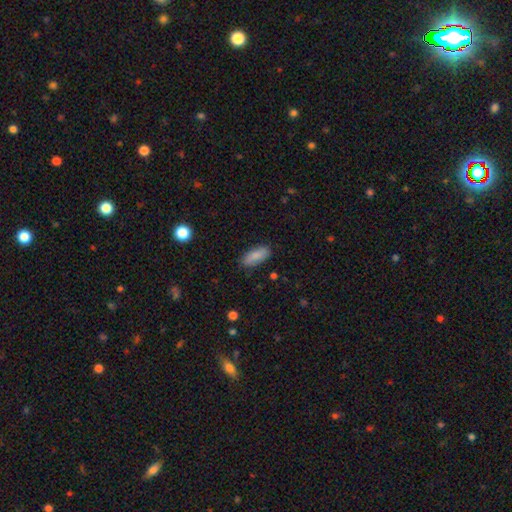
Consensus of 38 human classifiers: This is likely a smooth galaxy (61%). How rounded: clearly in between (83%). Merging: clearly none (86%).